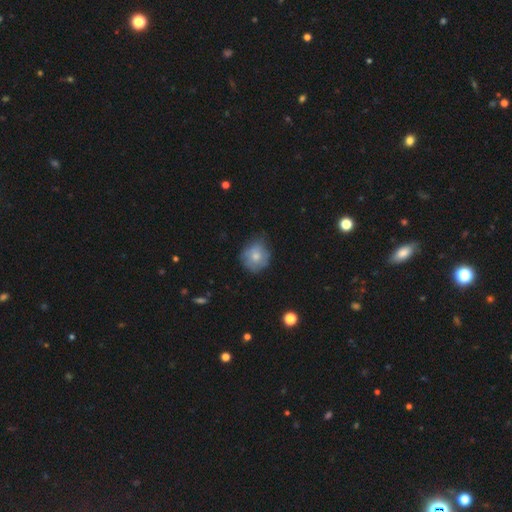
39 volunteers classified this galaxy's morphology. Smooth or featured? 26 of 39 (67%) said smooth. How rounded? 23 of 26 (88%) said round. Merging? 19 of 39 (49%) said none.